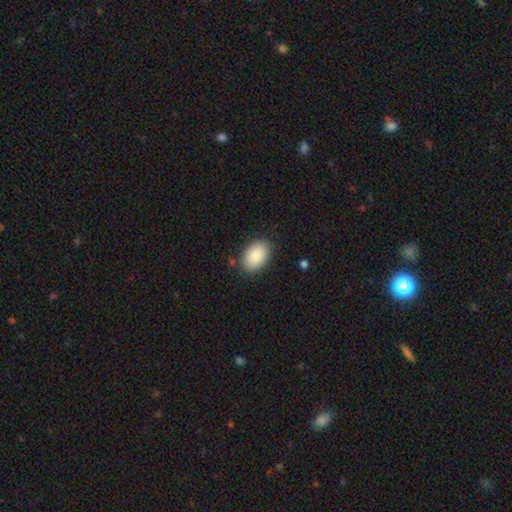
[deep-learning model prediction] Overall: smooth (88%). How rounded: in between (90%). Merging: none (85%).